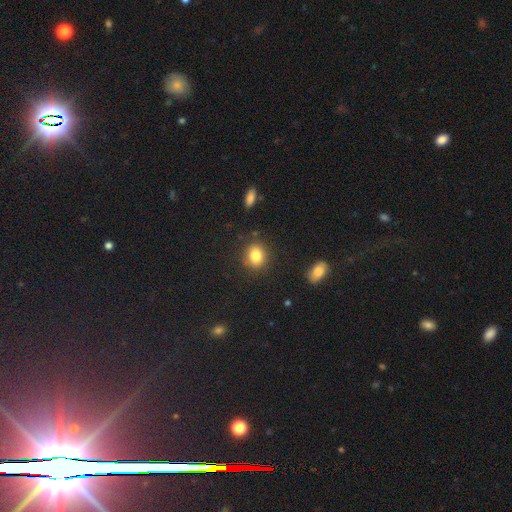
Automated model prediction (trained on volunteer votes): smooth_or_featured: smooth (p=0.83) [alt: star or artifact p=0.10]
how_rounded: round (p=0.59) [alt: in between p=0.40]
merging: none (p=0.84) [alt: minor disturbance p=0.10]